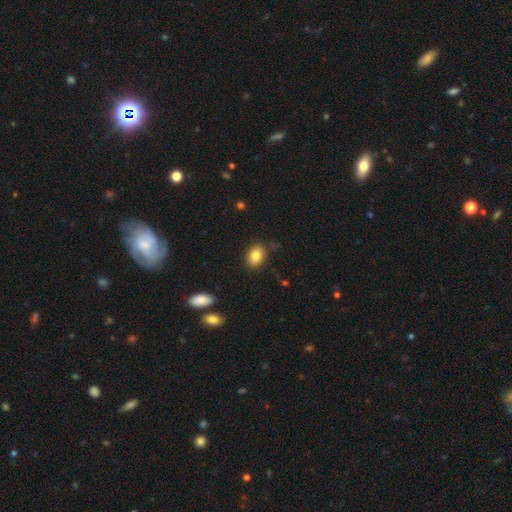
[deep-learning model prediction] Q: Smooth or featured?
A: smooth (83%); runner-up: star or artifact (9%)
Q: How rounded?
A: in between (77%); runner-up: round (22%)
Q: Merging?
A: none (84%); runner-up: minor disturbance (11%)